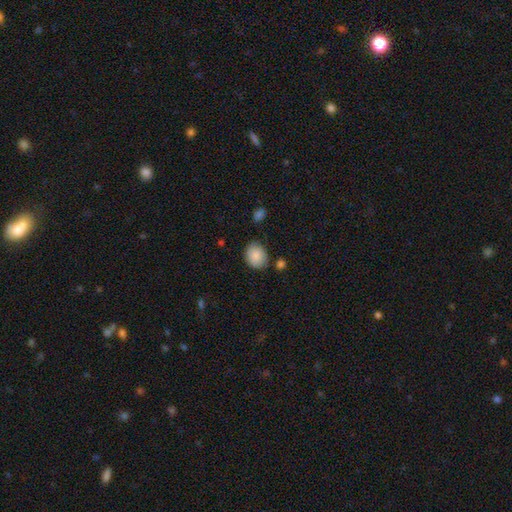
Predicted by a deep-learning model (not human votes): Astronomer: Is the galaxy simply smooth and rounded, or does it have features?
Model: smooth — 87%.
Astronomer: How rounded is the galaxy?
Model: in between — 51% (runner-up: round, 49%).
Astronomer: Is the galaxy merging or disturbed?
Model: none — 75%.